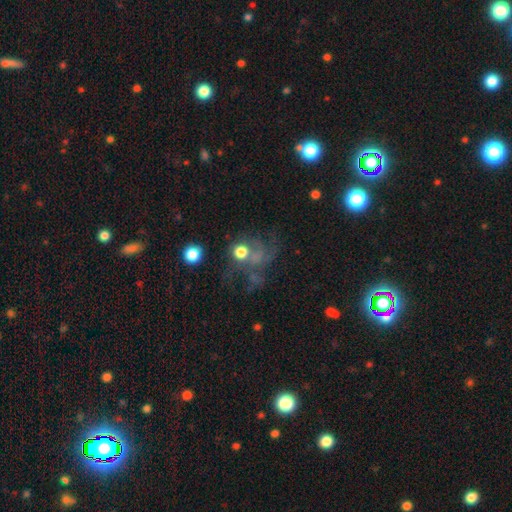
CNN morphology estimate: type=featured or disk (38%); merging=none (48%).